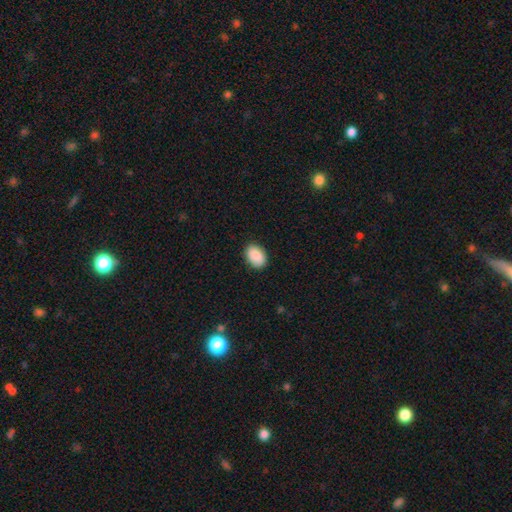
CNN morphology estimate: This is clearly a smooth galaxy (89%). How rounded: clearly in between (85%). Merging: clearly none (87%).